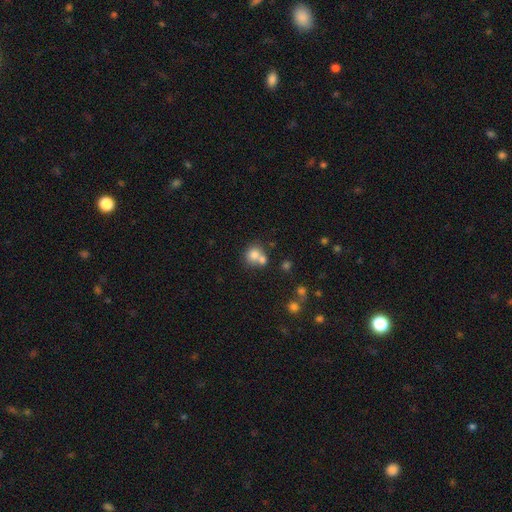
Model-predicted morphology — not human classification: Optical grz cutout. It shows a smooth galaxy with no disk features (75%) that is round (79%). Merging: merger (47%).